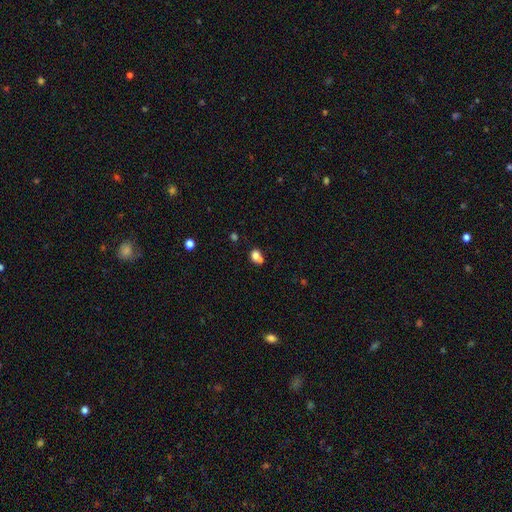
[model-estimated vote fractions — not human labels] A smooth galaxy with no disk features (74%) that is round (62%).

Vote fractions:
- Smooth or featured? smooth: 74% / star or artifact: 13% / featured or disk: 13%
- How rounded? round: 62% / in between: 37% / cigar-shaped: 1%
- Merging? merger: 47% / none: 38% / minor disturbance: 10% / major disturbance: 5%